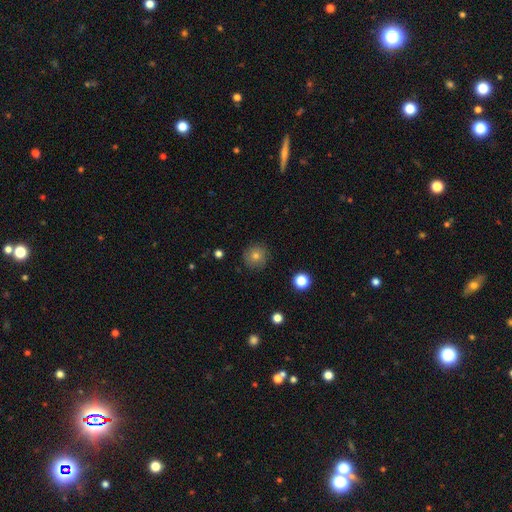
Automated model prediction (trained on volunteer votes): Morphology: type=smooth (75%); roundness=round (94%); merging=none (87%).